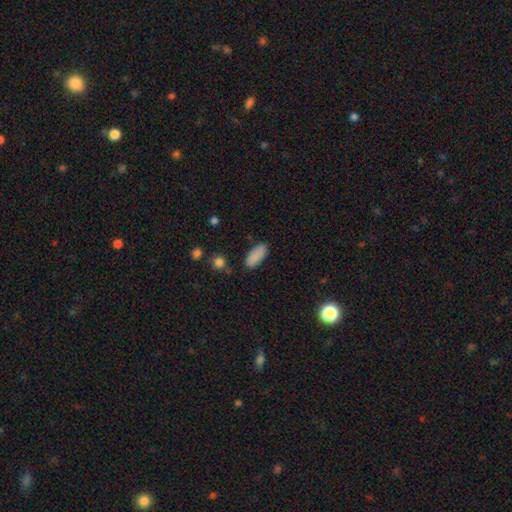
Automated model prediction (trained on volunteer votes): Smooth or featured? Predicted: smooth (p=0.88). How rounded? Predicted: in between (p=0.86). Merging? Predicted: none (p=0.83).